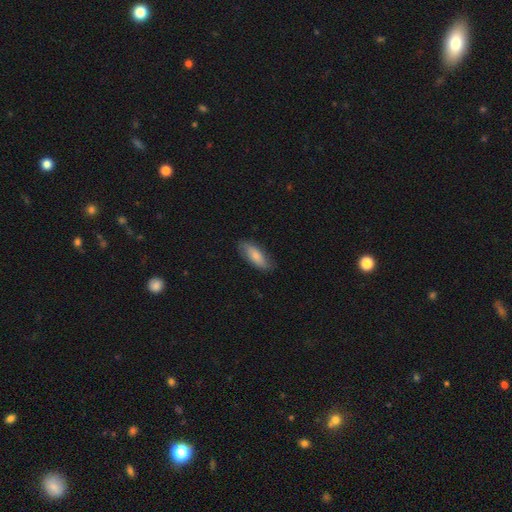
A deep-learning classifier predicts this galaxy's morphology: smooth 77%, featured or disk 18%, star or artifact 6%. Down the decision tree: how rounded — in between (71%); merging — none (80%).